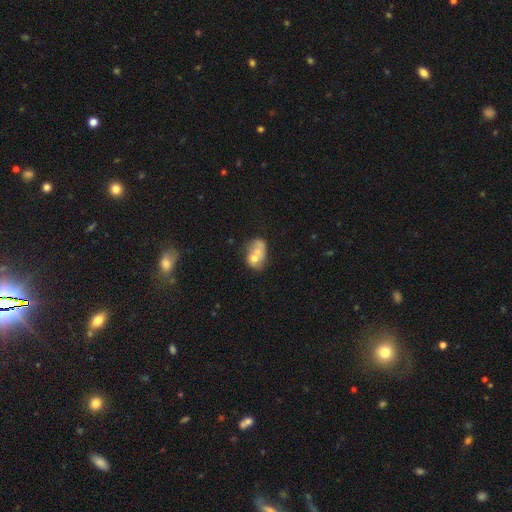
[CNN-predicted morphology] A smooth galaxy with no disk features (56%) that is in between round and cigar-shaped (63%).

Vote fractions:
- Smooth or featured? smooth: 56% / featured or disk: 35% / star or artifact: 10%
- How rounded? in between: 63% / round: 36% / cigar-shaped: 1%
- Merging? merger: 64% / none: 18% / minor disturbance: 10% / major disturbance: 7%